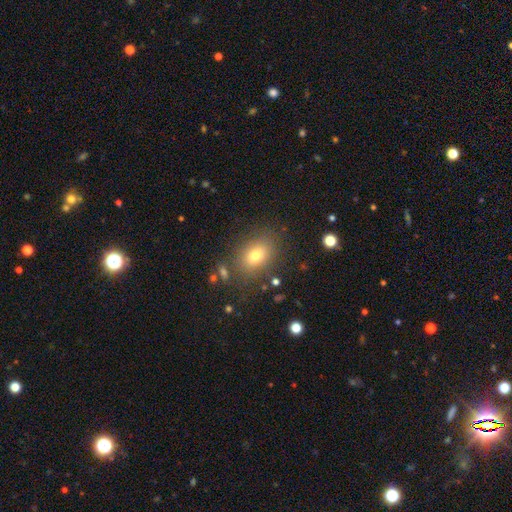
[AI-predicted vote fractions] Q: Smooth or featured?
A: smooth (75%); runner-up: featured or disk (13%)
Q: How rounded?
A: in between (73%); runner-up: round (25%)
Q: Merging?
A: none (81%); runner-up: minor disturbance (11%)